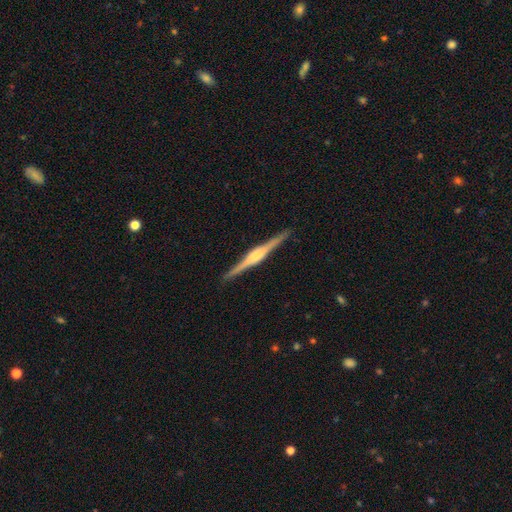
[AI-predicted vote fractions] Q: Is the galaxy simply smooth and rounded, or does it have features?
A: featured or disk — 84%.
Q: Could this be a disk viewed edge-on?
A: yes — 99%.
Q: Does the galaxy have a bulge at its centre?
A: rounded — 65%.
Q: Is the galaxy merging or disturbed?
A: none — 91%.